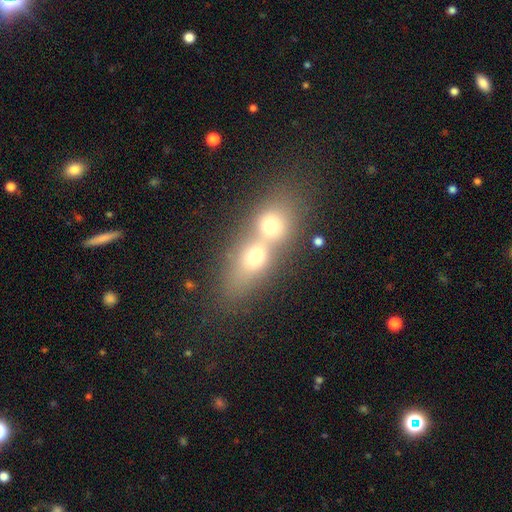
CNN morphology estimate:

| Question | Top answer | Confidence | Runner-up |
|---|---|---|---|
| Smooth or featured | smooth | 55% | featured or disk (30%) |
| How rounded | in between | 50% | round (36%) |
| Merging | merger | 74% | none (19%) |